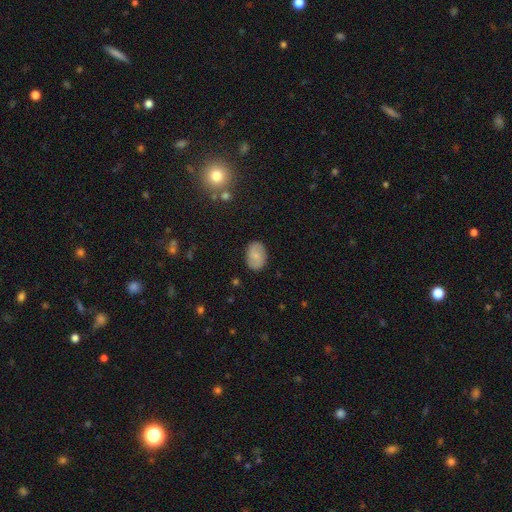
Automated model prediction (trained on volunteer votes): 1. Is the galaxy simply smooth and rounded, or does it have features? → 70% smooth, 22% featured or disk, 8% star or artifact.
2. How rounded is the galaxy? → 81% in between, 17% round, 1% cigar-shaped.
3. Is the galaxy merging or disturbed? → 85% none, 11% minor disturbance, 3% major disturbance, 1% merger.